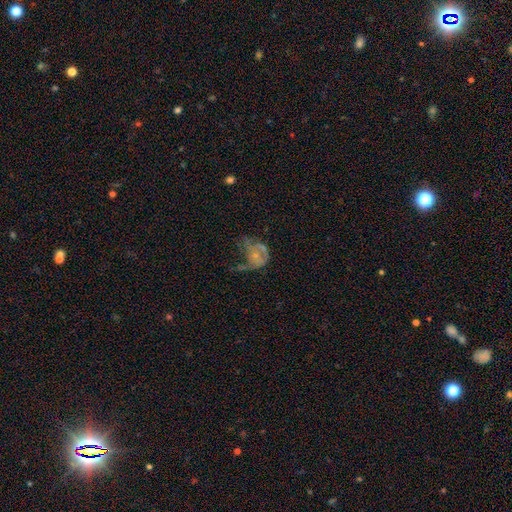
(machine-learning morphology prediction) smooth-or-featured: featured or disk: 55% | smooth: 34% | star or artifact: 11%
  disk-edge-on: no: 98% | yes: 2%
    bar: no: 85% | weak: 13% | strong: 3%
    has-spiral-arms: no: 56% | yes: 44%
    bulge-size: small: 57% | moderate: 23% | none: 16% | large: 2% | dominant: 1%
  merging: major disturbance: 52% | none: 21% | minor disturbance: 19% | merger: 8%